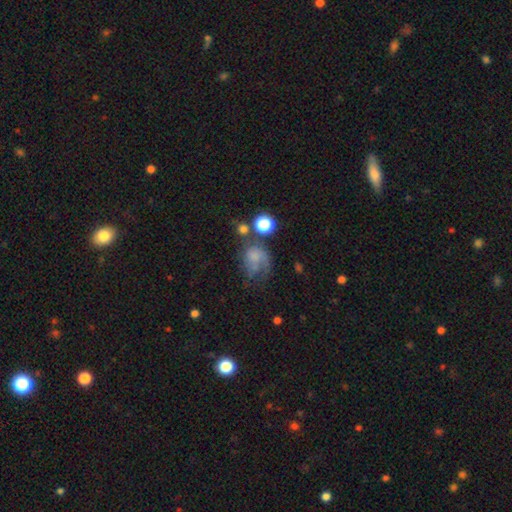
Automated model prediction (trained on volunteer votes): A smooth galaxy with no disk features (53%) that is round (55%).

Vote fractions:
- Smooth or featured? smooth: 53% / featured or disk: 32% / star or artifact: 14%
- How rounded? round: 55% / in between: 44% / cigar-shaped: 1%
- Merging? major disturbance: 38% / none: 30% / minor disturbance: 22% / merger: 10%